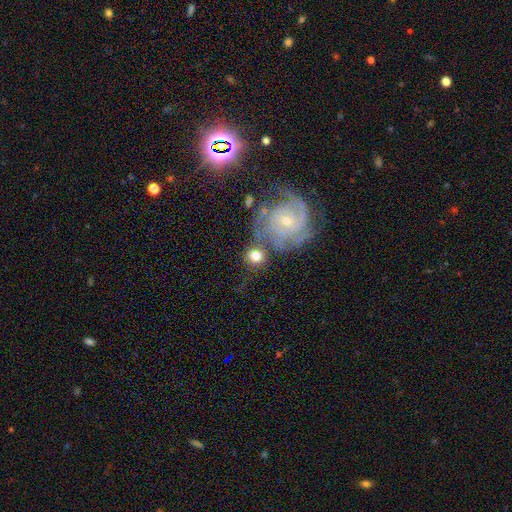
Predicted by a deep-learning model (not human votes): This appears to be a smooth galaxy with no disk features (63%) that is round (86%). Merging: none (59%).